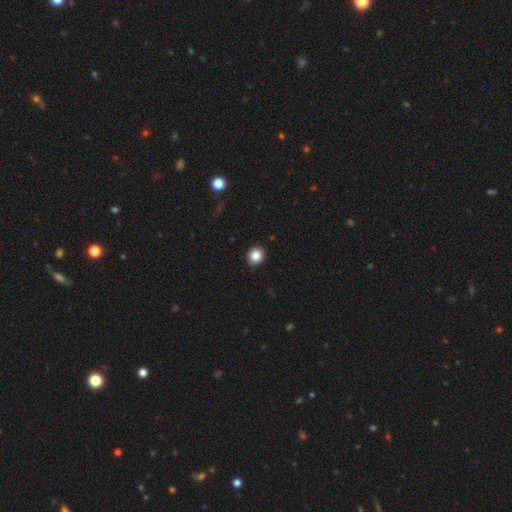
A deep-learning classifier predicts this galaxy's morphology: This is clearly a smooth galaxy (85%). How rounded: likely round (75%). Merging: clearly none (89%).